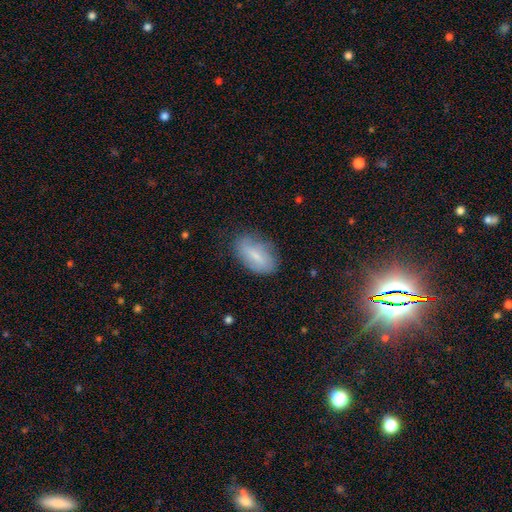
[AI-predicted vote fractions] Overall: smooth (66%). How rounded: in between (91%). Merging: none (73%).